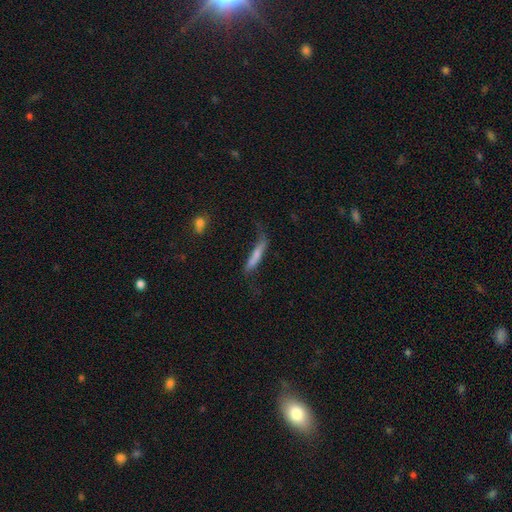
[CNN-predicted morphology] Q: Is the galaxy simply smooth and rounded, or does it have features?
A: smooth — 67%.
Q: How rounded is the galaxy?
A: cigar-shaped — 89%.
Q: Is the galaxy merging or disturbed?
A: none — 48%.